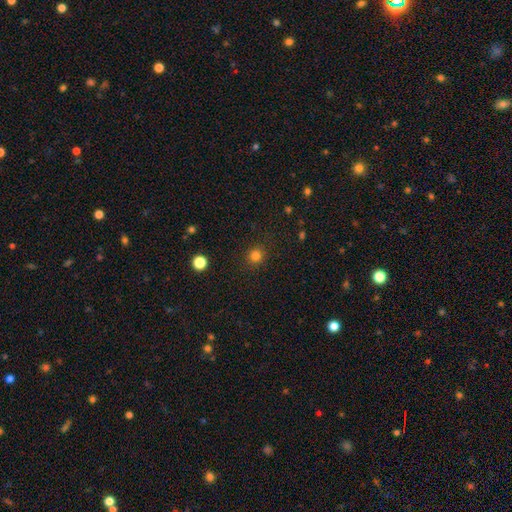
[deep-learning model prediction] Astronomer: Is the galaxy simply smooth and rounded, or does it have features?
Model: smooth — 82%.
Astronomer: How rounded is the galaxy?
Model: round — 92%.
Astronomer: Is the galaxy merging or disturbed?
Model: none — 89%.